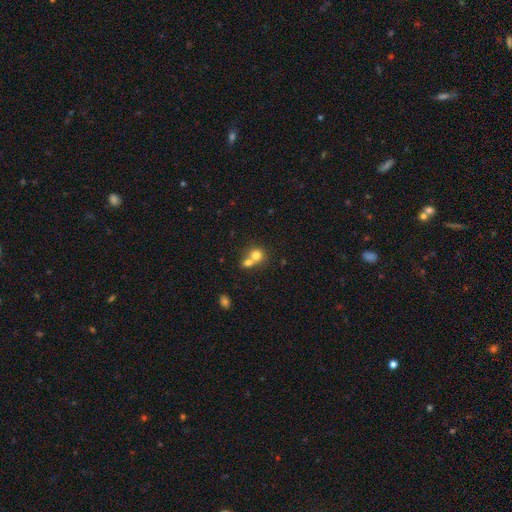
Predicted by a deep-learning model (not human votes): This is likely a smooth galaxy (75%). How rounded: clearly round (81%). Merging: possibly merger (59%).